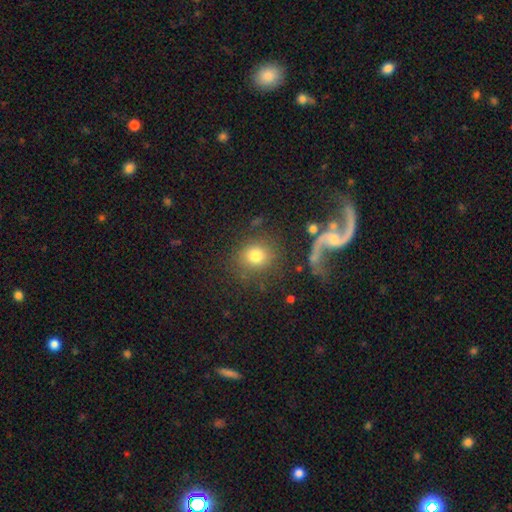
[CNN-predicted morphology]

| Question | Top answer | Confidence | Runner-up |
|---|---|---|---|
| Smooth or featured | smooth | 75% | featured or disk (12%) |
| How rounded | round | 83% | in between (16%) |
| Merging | none | 74% | minor disturbance (11%) |